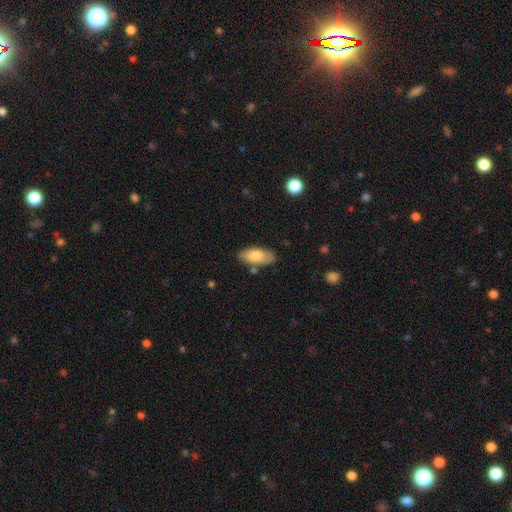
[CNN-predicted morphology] Smooth or featured? Predicted: smooth (p=0.74). How rounded? Predicted: in between (p=0.88). Merging? Predicted: none (p=0.80).